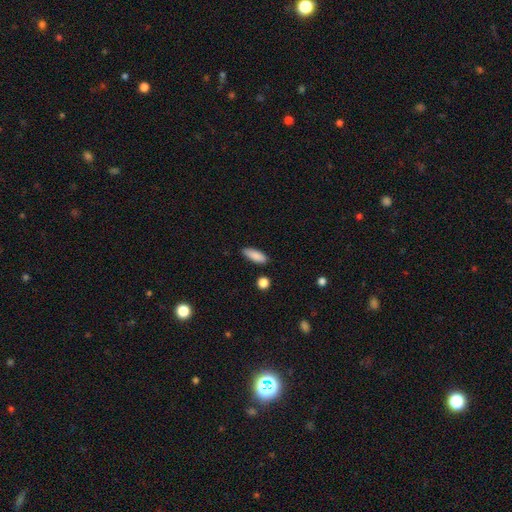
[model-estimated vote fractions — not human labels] Q: Smooth or featured?
A: smooth (87%); runner-up: star or artifact (6%)
Q: How rounded?
A: in between (64%); runner-up: cigar-shaped (33%)
Q: Merging?
A: none (85%); runner-up: minor disturbance (11%)